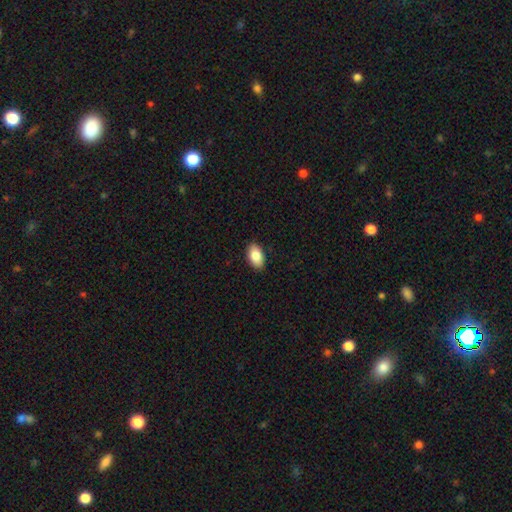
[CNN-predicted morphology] Smooth or featured? Predicted: smooth (p=0.85). How rounded? Predicted: in between (p=0.93). Merging? Predicted: none (p=0.89).